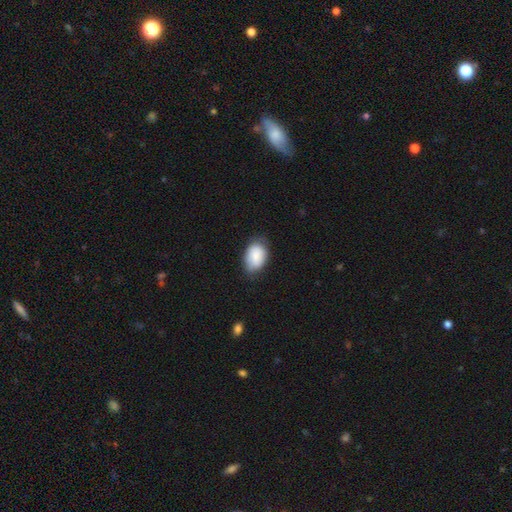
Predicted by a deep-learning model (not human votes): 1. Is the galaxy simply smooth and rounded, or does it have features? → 84% smooth, 9% featured or disk, 7% star or artifact.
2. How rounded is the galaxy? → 84% in between, 15% round, 1% cigar-shaped.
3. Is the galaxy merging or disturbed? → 68% none, 26% minor disturbance, 5% major disturbance, 1% merger.